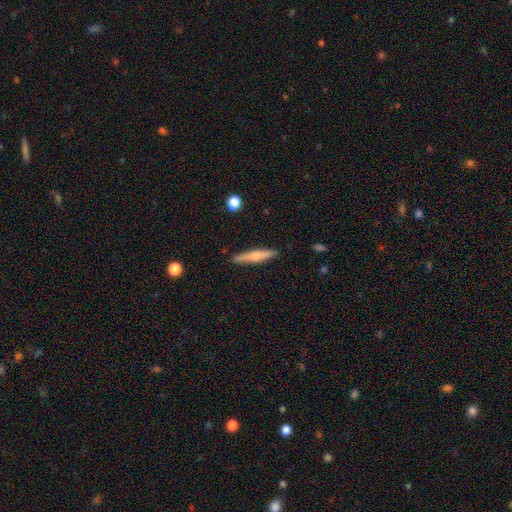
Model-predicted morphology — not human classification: smooth 59%, featured or disk 35%, star or artifact 6%. Down the decision tree: how rounded — cigar-shaped (92%); merging — none (88%).